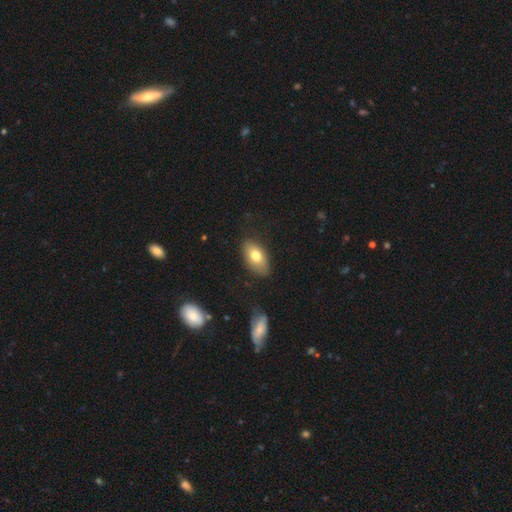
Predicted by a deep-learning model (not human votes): Smooth or featured? smooth (73%)
How rounded? in between (91%)
Merging? none (77%)